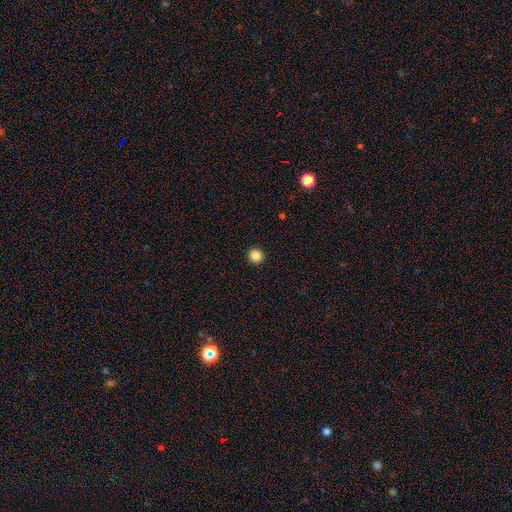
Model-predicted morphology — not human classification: smooth 87%, star or artifact 10%, featured or disk 3%. Down the decision tree: how rounded — round (93%); merging — none (94%).